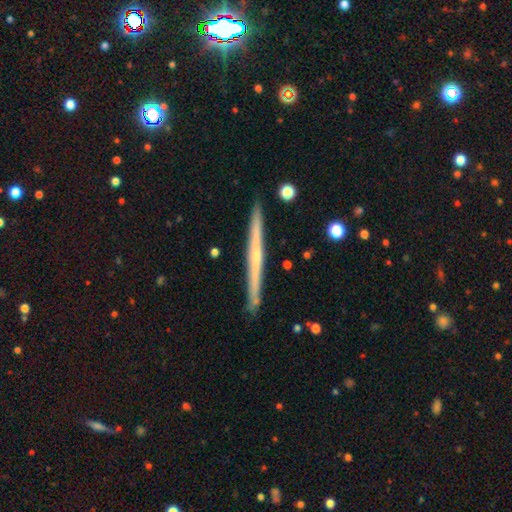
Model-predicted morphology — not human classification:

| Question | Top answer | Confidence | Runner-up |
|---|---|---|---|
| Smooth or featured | featured or disk | 69% | smooth (24%) |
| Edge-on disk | yes | 98% | no (2%) |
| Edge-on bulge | none | 53% | rounded (42%) |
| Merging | none | 90% | minor disturbance (7%) |